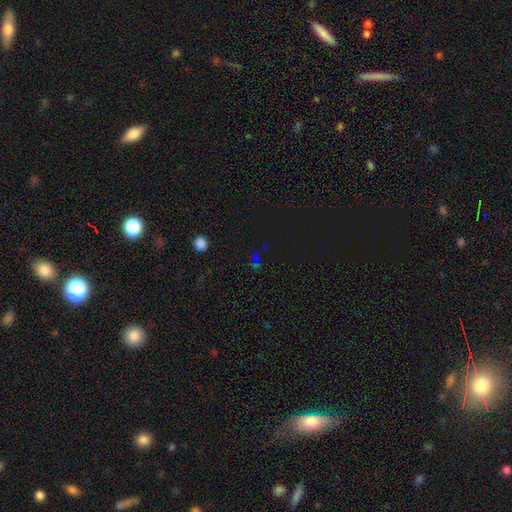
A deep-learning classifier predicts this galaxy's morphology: A star or artifact, not a galaxy (56%).